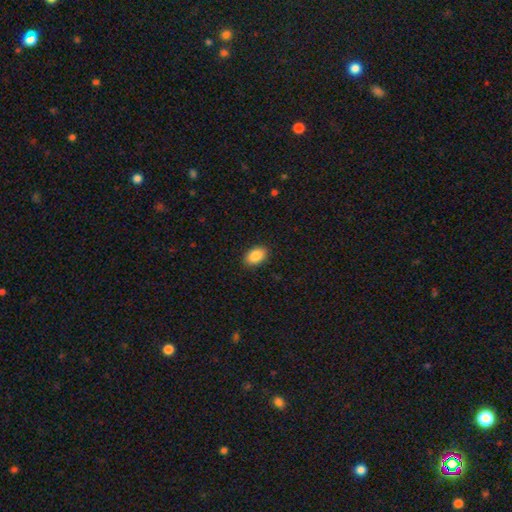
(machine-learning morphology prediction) type=smooth (88%); roundness=in between (89%); merging=none (90%).